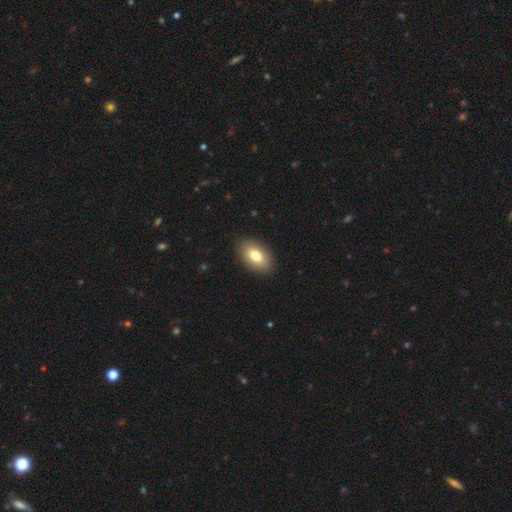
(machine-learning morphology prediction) type=smooth (78%); roundness=in between (93%); merging=none (89%).